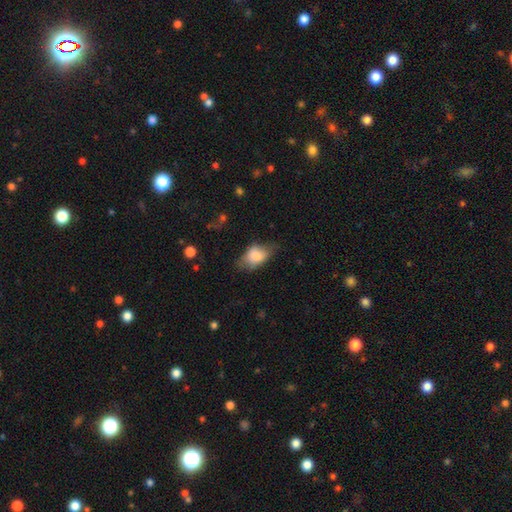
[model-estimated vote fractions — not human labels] Smooth or featured: smooth — 76% (featured or disk — 16%)
How rounded: in between — 86% (round — 11%)
Merging: none — 48% (minor disturbance — 34%)